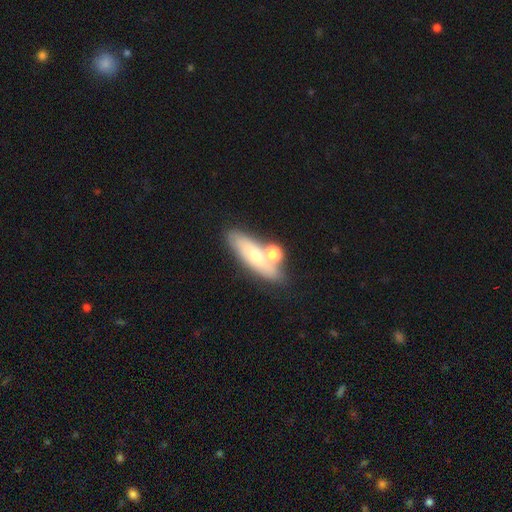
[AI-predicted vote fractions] smooth-or-featured: smooth: 50% | featured or disk: 39% | star or artifact: 11%
  merging: none: 58% | merger: 23% | minor disturbance: 13% | major disturbance: 6%